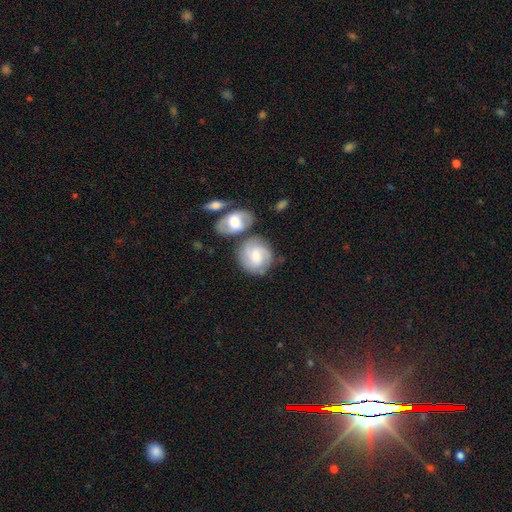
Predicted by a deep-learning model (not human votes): Smooth or featured?
  - featured or disk: 61% *
  - smooth: 33%
  - star or artifact: 6%
Edge-on disk?
  - no: 96% *
  - yes: 4%
Bar?
  - weak: 48% *
  - no: 43%
  - strong: 9%
Spiral arms?
  - yes: 91% *
  - no: 9%
Spiral winding?
  - tight: 46% *
  - medium: 41%
  - loose: 13%
Spiral arm count?
  - 2: 43% *
  - 3: 24%
  - can't tell: 21%
  - 4: 5%
  - 1: 4%
  - more than 4: 3%
Bulge size?
  - moderate: 50% *
  - small: 30%
  - large: 10%
  - none: 7%
  - dominant: 2%
Merging?
  - none: 58% *
  - merger: 22%
  - minor disturbance: 15%
  - major disturbance: 5%